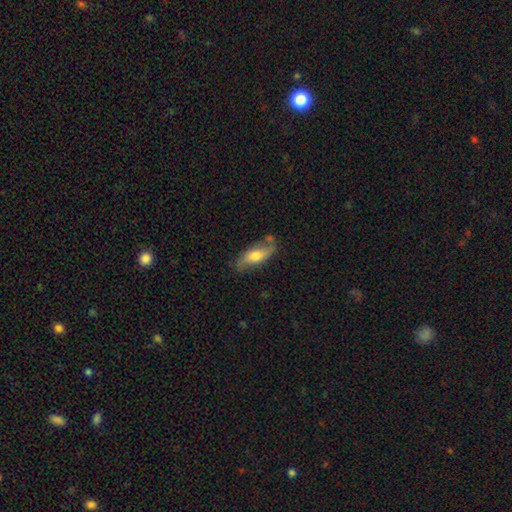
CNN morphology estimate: This appears to be a smooth galaxy with no disk features (57%) that is in between round and cigar-shaped (72%). Merging: none (67%).